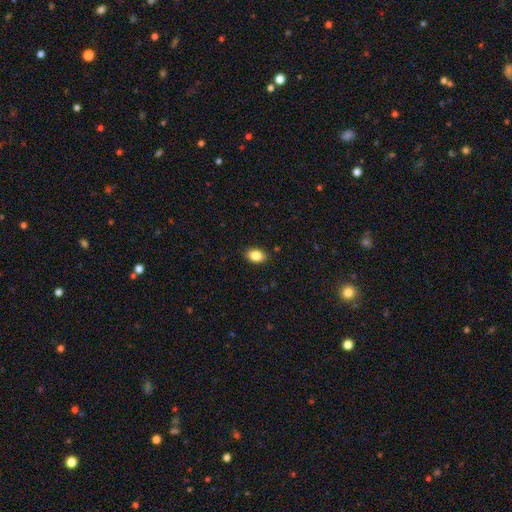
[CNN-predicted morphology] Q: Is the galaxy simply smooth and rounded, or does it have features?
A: smooth — 85%.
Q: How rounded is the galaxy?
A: in between — 88%.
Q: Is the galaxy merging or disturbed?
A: none — 87%.